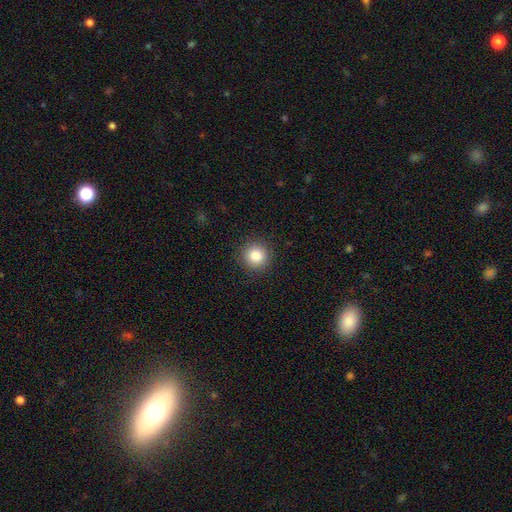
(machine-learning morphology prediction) Q: Smooth or featured?
A: smooth (85%); runner-up: star or artifact (10%)
Q: How rounded?
A: round (94%); runner-up: in between (5%)
Q: Merging?
A: none (92%); runner-up: minor disturbance (5%)